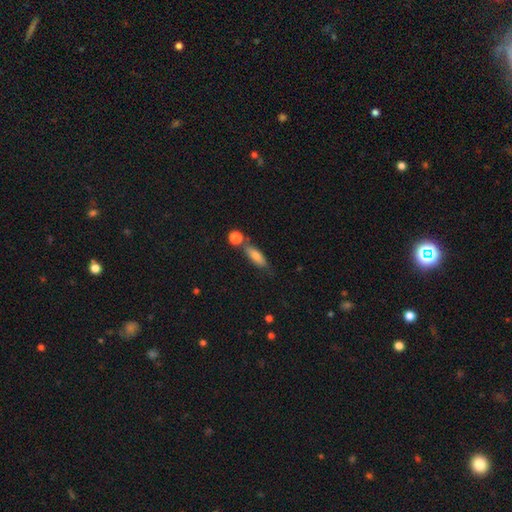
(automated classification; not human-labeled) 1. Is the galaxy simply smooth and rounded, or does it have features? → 71% smooth, 19% featured or disk, 10% star or artifact.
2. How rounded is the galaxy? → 51% in between, 45% cigar-shaped, 4% round.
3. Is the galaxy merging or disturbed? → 63% none, 16% merger, 16% minor disturbance, 5% major disturbance.